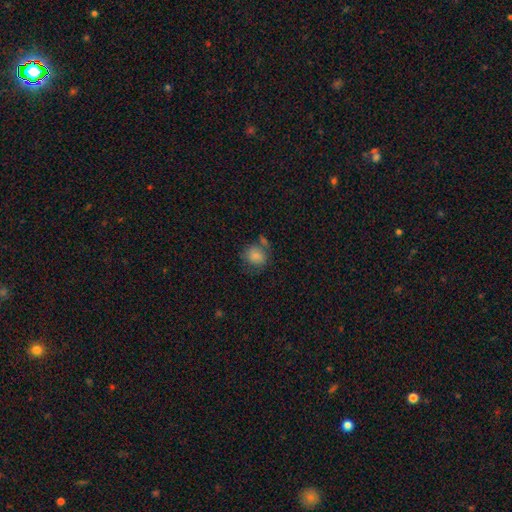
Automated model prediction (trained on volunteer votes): Overall: smooth (81%). How rounded: round (73%). Merging: none (52%; minor disturbance 20%).